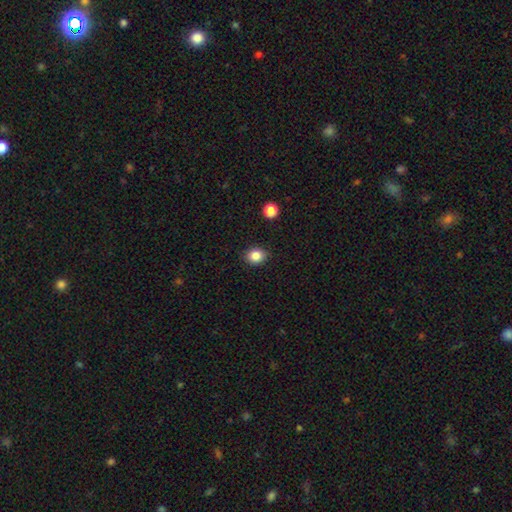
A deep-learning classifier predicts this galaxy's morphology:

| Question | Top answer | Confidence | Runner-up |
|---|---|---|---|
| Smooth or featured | smooth | 84% | star or artifact (10%) |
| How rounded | round | 58% | in between (42%) |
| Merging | none | 88% | minor disturbance (9%) |